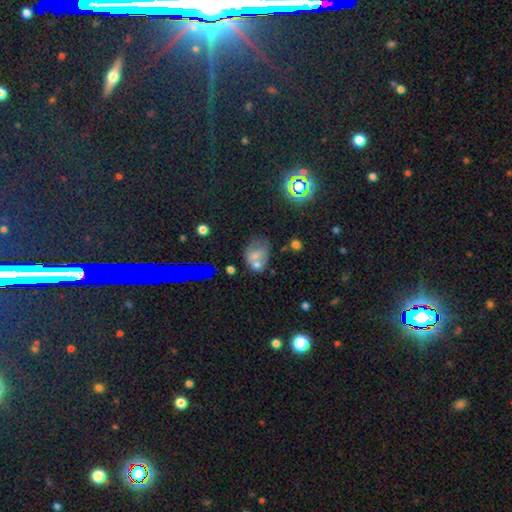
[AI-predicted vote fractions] Smooth or featured: smooth — 56% (featured or disk — 23%)
How rounded: in between — 63% (round — 35%)
Merging: none — 34% (merger — 32%)